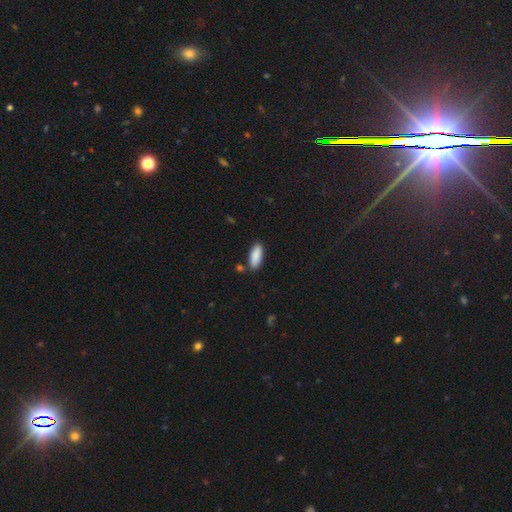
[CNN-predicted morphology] Smooth or featured: smooth — 90% (star or artifact — 6%)
How rounded: in between — 76% (cigar-shaped — 23%)
Merging: none — 81% (minor disturbance — 11%)